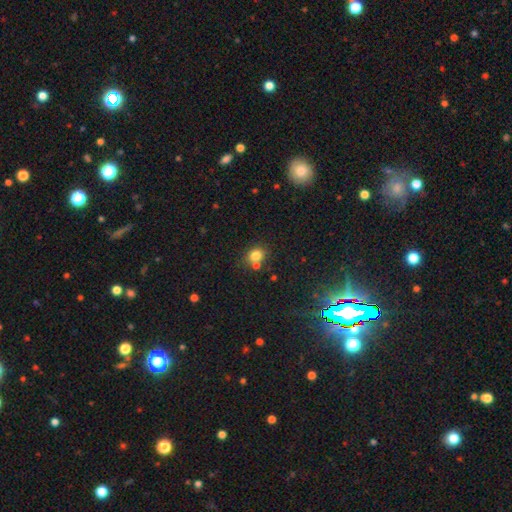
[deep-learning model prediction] Smooth or featured? smooth (79%)
How rounded? round (65%)
Merging? none (60%)